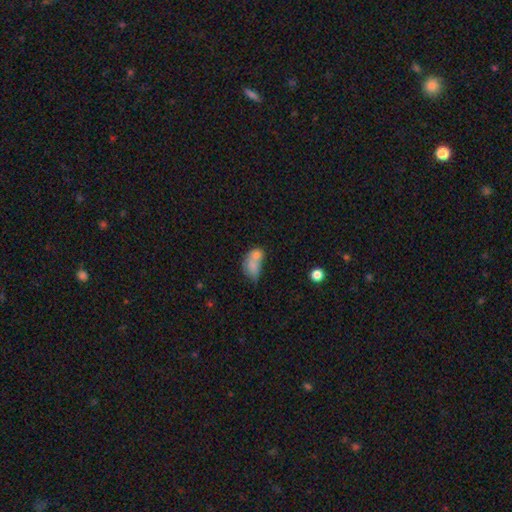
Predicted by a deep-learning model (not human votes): Morphology: type=smooth (72%); roundness=in between (75%); merging=merger (58%).